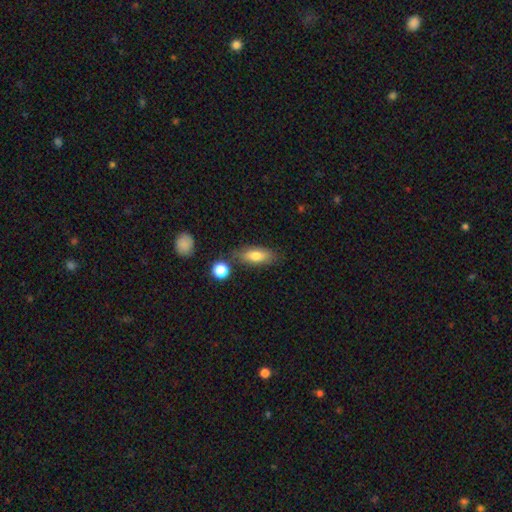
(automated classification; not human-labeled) Overall: smooth (75%). How rounded: in between (74%). Merging: none (74%).